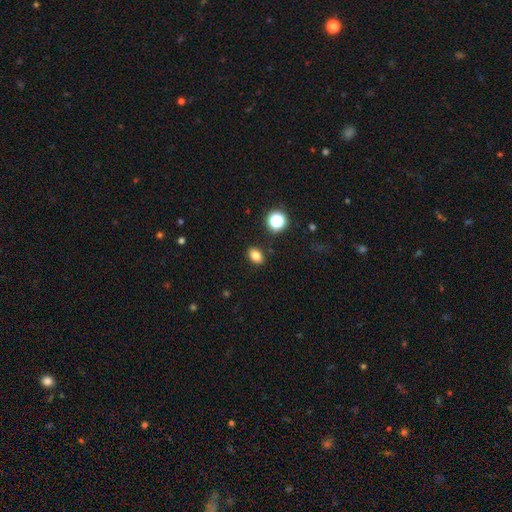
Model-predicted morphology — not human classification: Overall: smooth (81%). How rounded: in between (79%). Merging: none (87%).